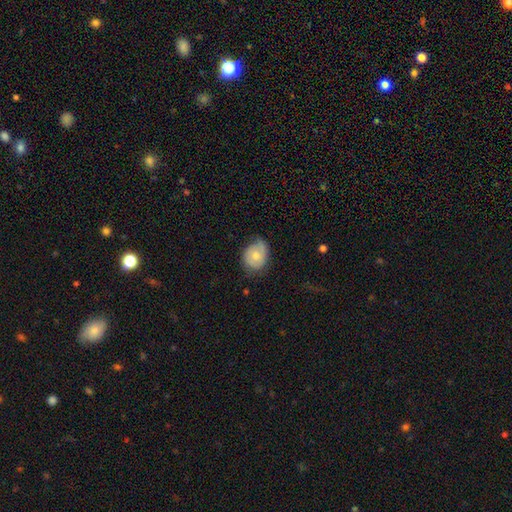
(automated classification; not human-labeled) A smooth galaxy with no disk features (60%) that is round (55%). Merging: none (51%).